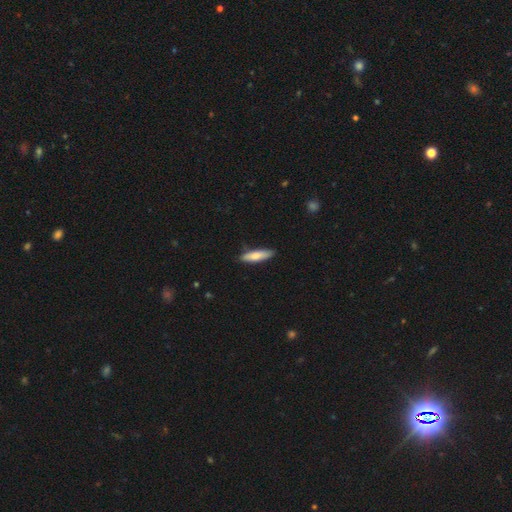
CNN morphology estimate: The model was most divided on "how rounded": cigar-shaped: 69%, in between: 30%, round: 2%. More confident: merging — none (85%); smooth or featured — smooth (75%).